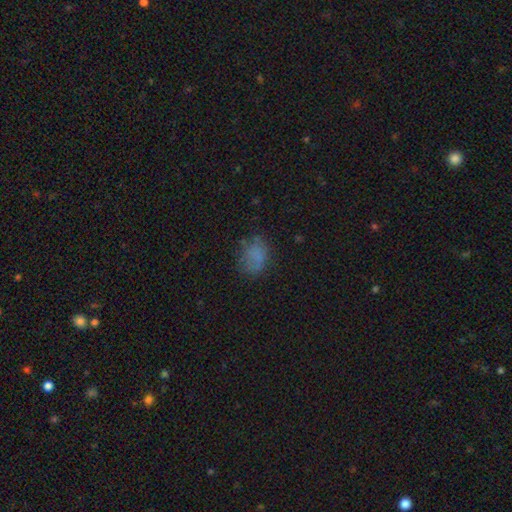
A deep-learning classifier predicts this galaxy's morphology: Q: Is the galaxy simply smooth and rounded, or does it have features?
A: smooth — 71%.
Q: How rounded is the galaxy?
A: in between — 69%.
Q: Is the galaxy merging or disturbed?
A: none — 62%.